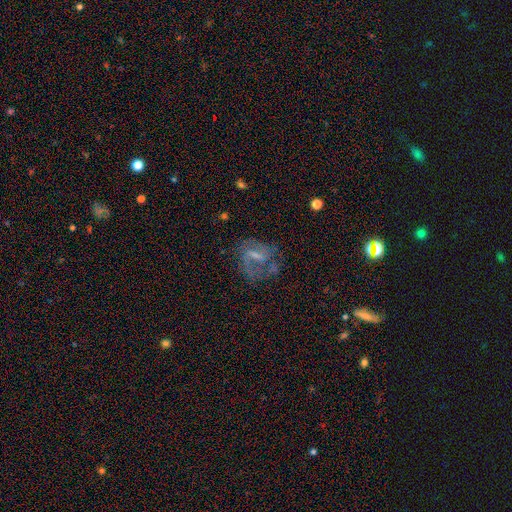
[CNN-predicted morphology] This is likely a featured or disk galaxy (63%). It is clearly not viewed edge-on (96%). Bar: possibly weak (46%). Spiral arm pattern: likely yes (65%). Central bulge: marginally none (36%). Merging: possibly none (45%).